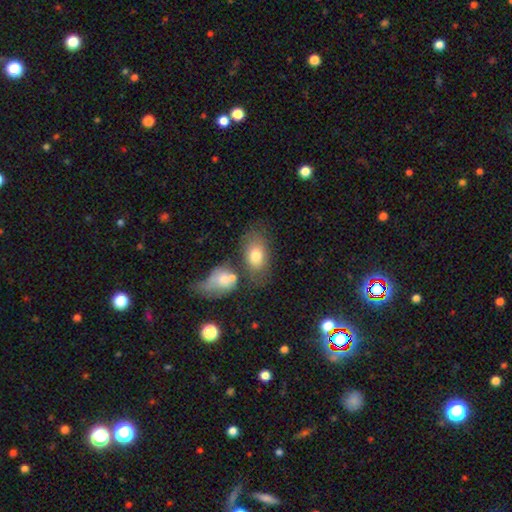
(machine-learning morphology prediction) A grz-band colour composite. It shows a smooth galaxy with no disk features (73%) that is in between round and cigar-shaped (85%). Merging: none (48%).